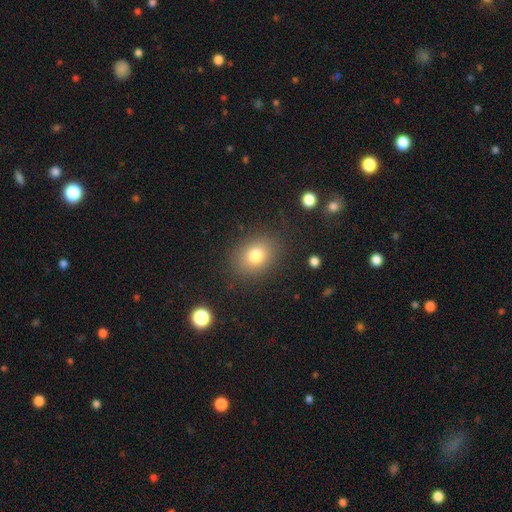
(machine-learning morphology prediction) A smooth galaxy with no disk features (78%) that is in between round and cigar-shaped (51%).

Vote fractions:
- Smooth or featured? smooth: 78% / star or artifact: 12% / featured or disk: 10%
- How rounded? in between: 51% / round: 48% / cigar-shaped: 1%
- Merging? none: 85% / minor disturbance: 10% / major disturbance: 4% / merger: 1%